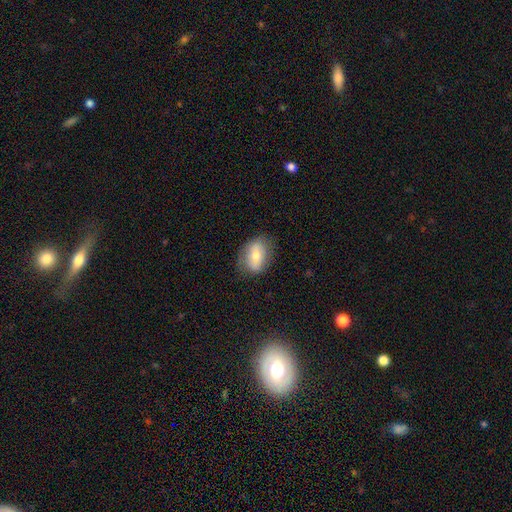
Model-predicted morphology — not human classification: A smooth galaxy with no disk features (63%) that is in between round and cigar-shaped (79%). Merging: none (75%).